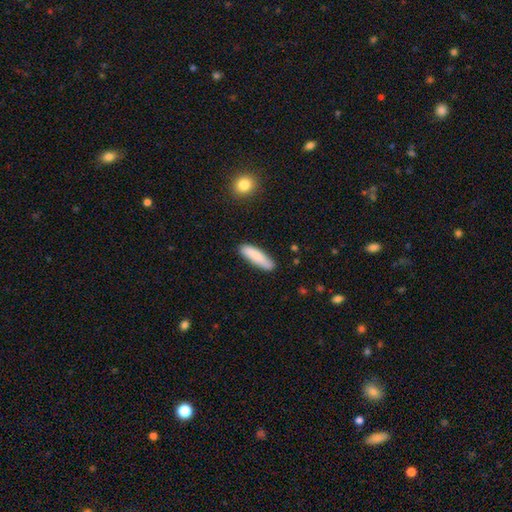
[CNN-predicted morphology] This appears to be a smooth galaxy with no disk features (84%) that is cigar-shaped (67%). Merging: none (84%).